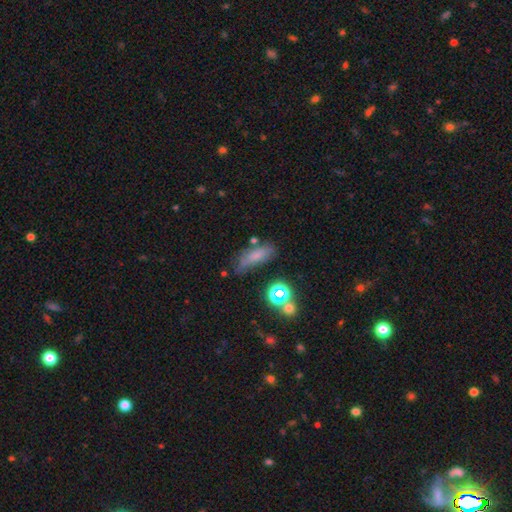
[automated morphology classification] smooth-or-featured: smooth: 67% | featured or disk: 17% | star or artifact: 16%
  how-rounded: in between: 57% | cigar-shaped: 36% | round: 7%
  merging: none: 53% | minor disturbance: 28% | major disturbance: 11% | merger: 8%